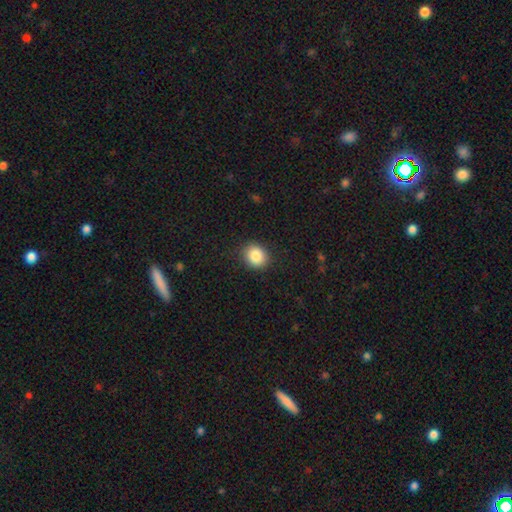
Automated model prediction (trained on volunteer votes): A smooth galaxy with no disk features (86%) that is round (73%). Merging: none (88%).